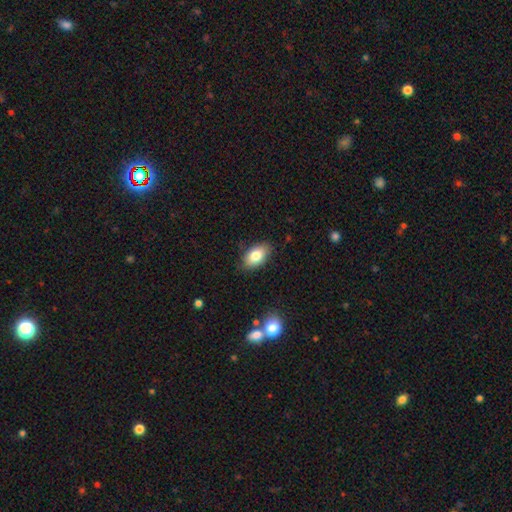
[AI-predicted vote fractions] Smooth or featured? Predicted: smooth (p=0.80). How rounded? Predicted: in between (p=0.91). Merging? Predicted: none (p=0.84).